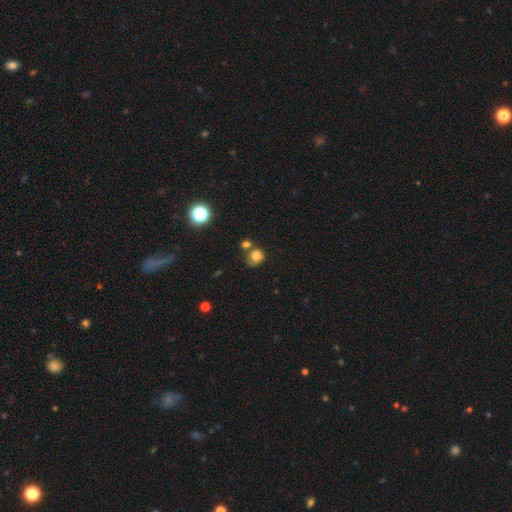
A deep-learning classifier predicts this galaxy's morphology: Smooth or featured: smooth — 74% (star or artifact — 13%)
How rounded: round — 75% (in between — 24%)
Merging: none — 47% (merger — 24%)